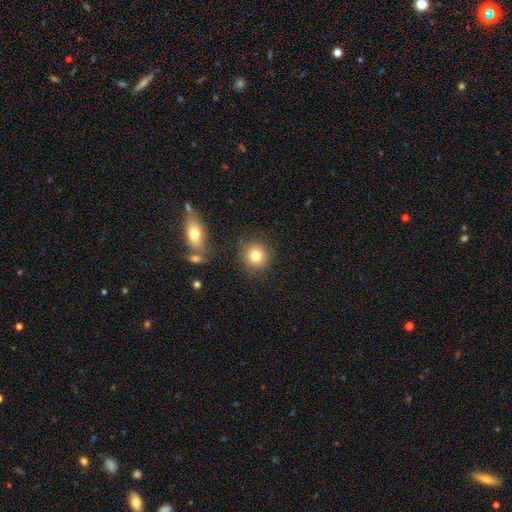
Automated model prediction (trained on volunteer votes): smooth 81%, star or artifact 10%, featured or disk 9%. Down the decision tree: how rounded — round (90%); merging — none (83%).